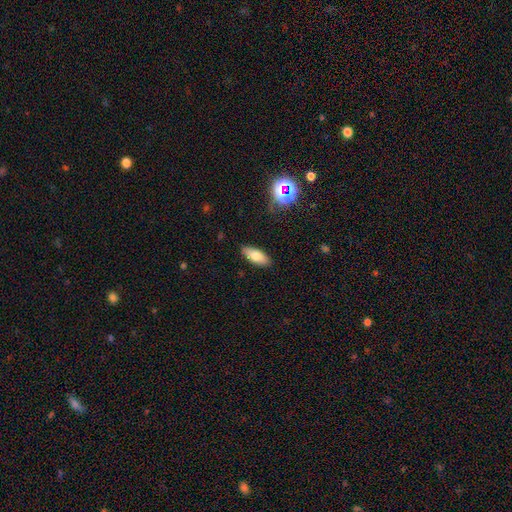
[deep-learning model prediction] A smooth galaxy with no disk features (78%) that is in between round and cigar-shaped (81%). Merging: none (87%).